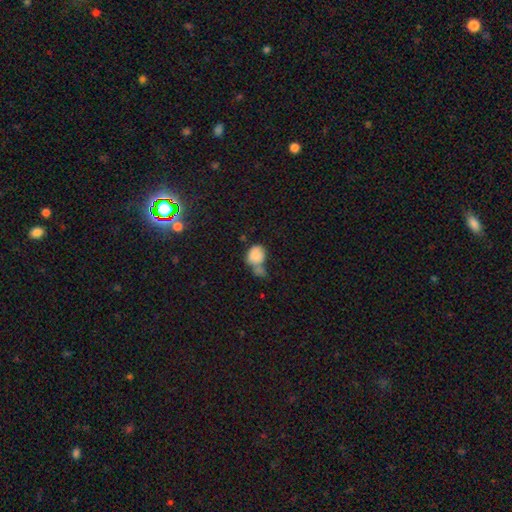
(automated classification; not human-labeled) Q: Smooth or featured?
A: smooth (83%); runner-up: star or artifact (9%)
Q: How rounded?
A: round (57%); runner-up: in between (42%)
Q: Merging?
A: merger (46%); runner-up: none (27%)